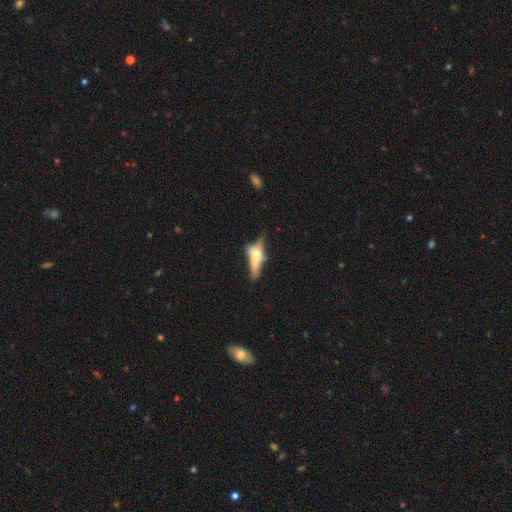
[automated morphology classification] Overall: featured or disk (46%; smooth 44%). Merging: none (39%; merger 26%).